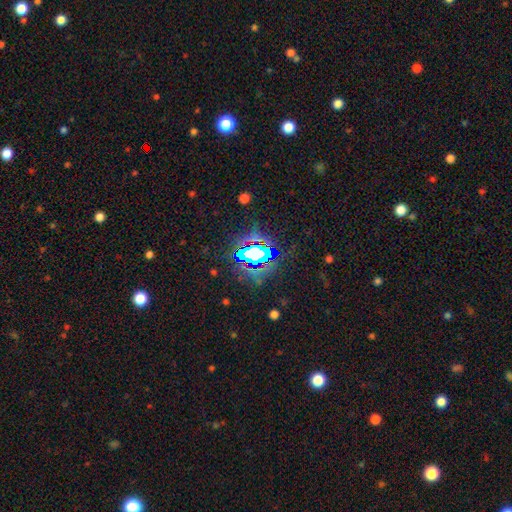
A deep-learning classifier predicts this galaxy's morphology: The model was most divided on "smooth or featured": star or artifact: 71%, smooth: 17%, featured or disk: 12%.